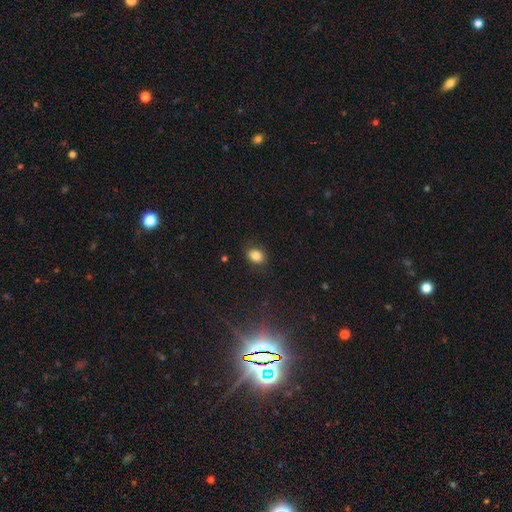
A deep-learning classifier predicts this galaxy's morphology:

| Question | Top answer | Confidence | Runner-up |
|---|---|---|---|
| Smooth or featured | smooth | 83% | star or artifact (11%) |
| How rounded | in between | 54% | round (45%) |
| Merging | none | 85% | minor disturbance (10%) |